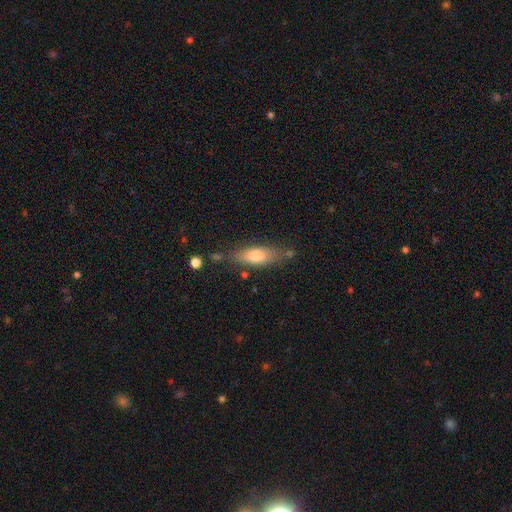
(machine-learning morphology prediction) This is likely a smooth galaxy (69%). How rounded: possibly in between (59%). Merging: likely none (72%).